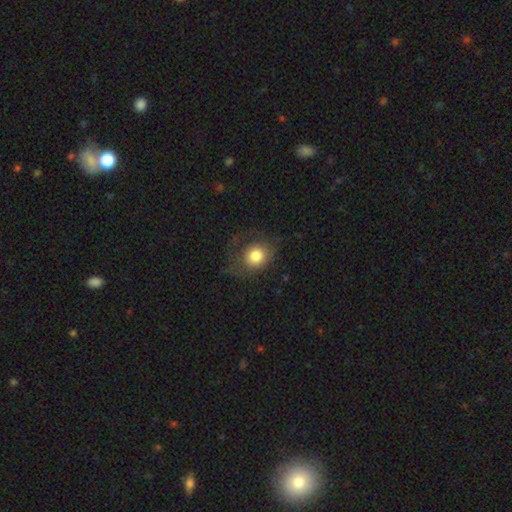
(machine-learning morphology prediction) smooth_or_featured: smooth (p=0.78) [alt: featured or disk p=0.13]
how_rounded: round (p=0.69) [alt: in between p=0.30]
merging: none (p=0.58) [alt: minor disturbance p=0.22]